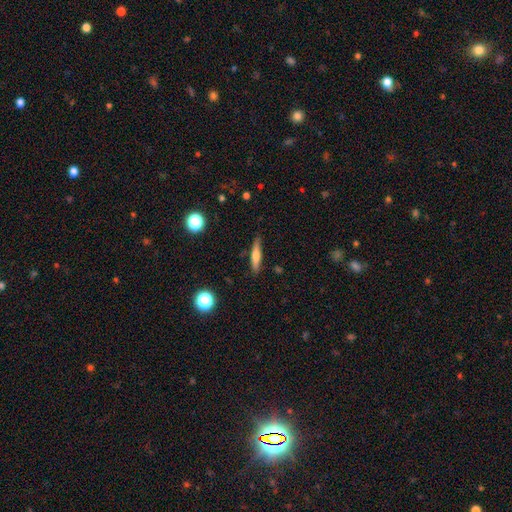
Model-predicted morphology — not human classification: This is possibly a smooth galaxy (59%). How rounded: clearly cigar-shaped (86%). Merging: clearly none (86%).